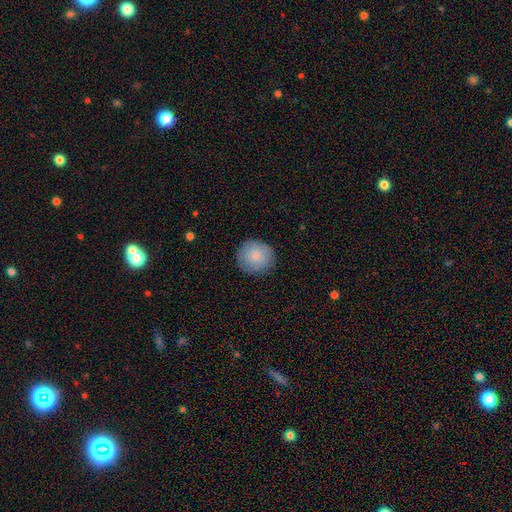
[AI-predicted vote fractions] smooth-or-featured: smooth: 85% | featured or disk: 8% | star or artifact: 7%
  how-rounded: round: 91% | in between: 8% | cigar-shaped: 1%
  merging: none: 87% | minor disturbance: 10% | major disturbance: 2% | merger: 1%